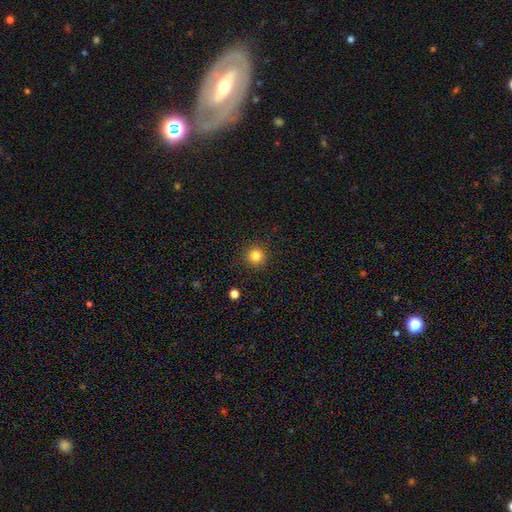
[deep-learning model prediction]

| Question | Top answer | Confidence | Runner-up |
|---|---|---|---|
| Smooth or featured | smooth | 83% | star or artifact (12%) |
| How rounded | round | 94% | in between (5%) |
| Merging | none | 91% | minor disturbance (6%) |